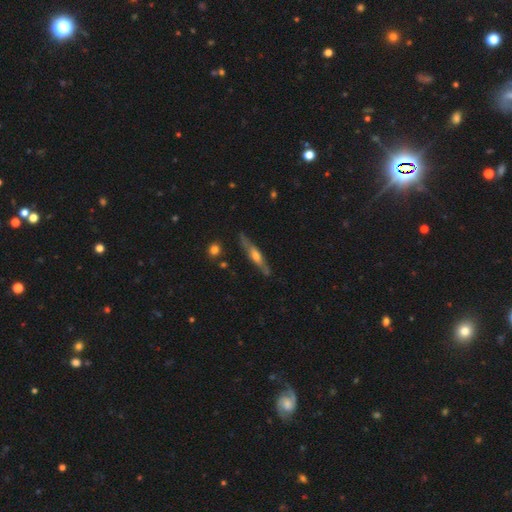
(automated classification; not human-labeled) smooth-or-featured: featured or disk: 66% | smooth: 27% | star or artifact: 6%
  disk-edge-on: yes: 91% | no: 9%
    edge-on-bulge: rounded: 74% | boxy: 13% | none: 13%
  merging: none: 81% | minor disturbance: 14% | major disturbance: 3% | merger: 2%